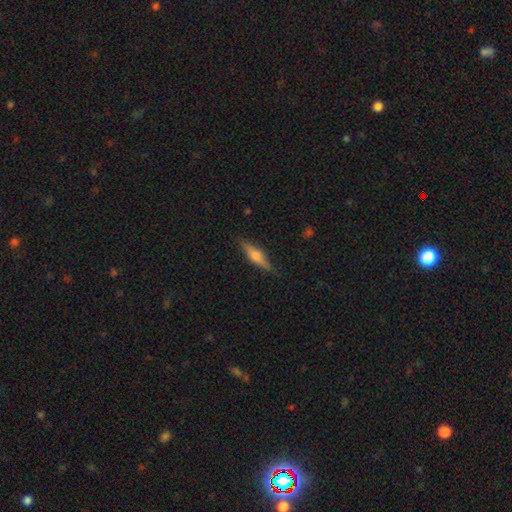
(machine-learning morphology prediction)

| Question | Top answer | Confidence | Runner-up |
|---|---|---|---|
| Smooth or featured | featured or disk | 59% | smooth (34%) |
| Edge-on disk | yes | 96% | no (4%) |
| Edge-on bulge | rounded | 86% | boxy (10%) |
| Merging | none | 86% | minor disturbance (11%) |